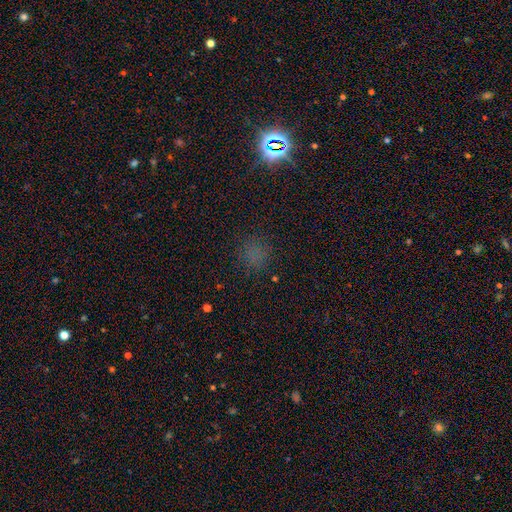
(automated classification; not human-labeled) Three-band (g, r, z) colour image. It shows a smooth galaxy with no disk features (52%) that is round (85%). Merging: none (83%).